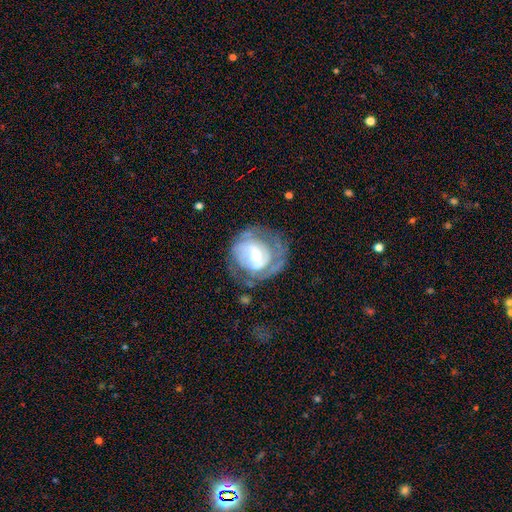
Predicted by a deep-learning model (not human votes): A featured or disk galaxy (77%) with no bar (61%), 2 (44%) tight (57%) spiral arms (79%) and a moderate central bulge (61%).

Vote fractions:
- Smooth or featured? featured or disk: 77% / smooth: 17% / star or artifact: 6%
- Edge-on disk? no: 97% / yes: 3%
- Bar? no: 61% / weak: 29% / strong: 9%
- Spiral arms? yes: 79% / no: 21%
- Spiral winding? tight: 57% / medium: 30% / loose: 12%
- Spiral arm count? 2: 44% / can't tell: 31% / 1: 11% / 3: 9% / 4: 3% / more than 4: 3%
- Bulge size? moderate: 61% / small: 31% / large: 6% / dominant: 1% / none: 1%
- Merging? none: 59% / minor disturbance: 21% / major disturbance: 17% / merger: 2%